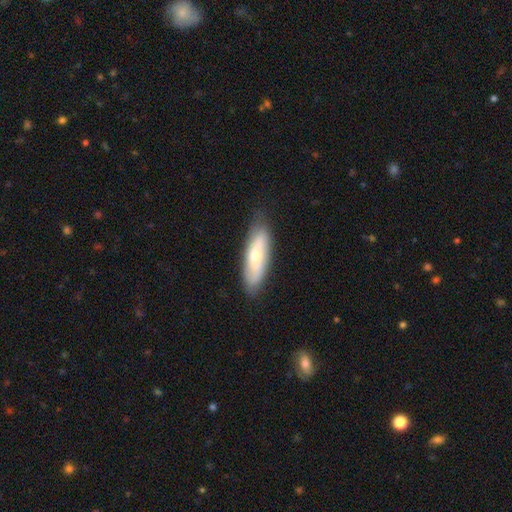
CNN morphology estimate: This appears to be a smooth galaxy with no disk features (54%) that is in between round and cigar-shaped (51%). Merging: none (79%).